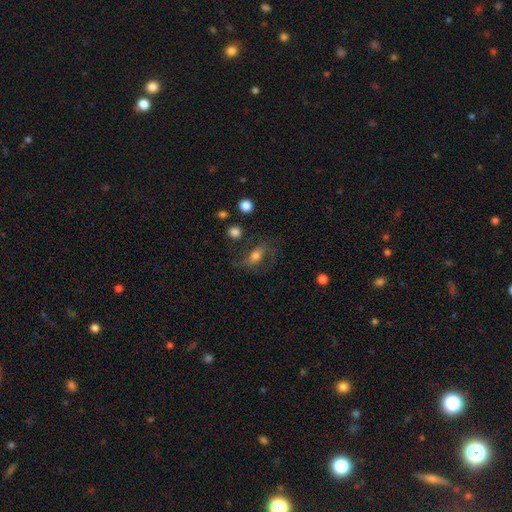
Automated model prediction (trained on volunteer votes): Smooth or featured: smooth — 50% (featured or disk — 39%)
How rounded: in between — 73% (round — 18%)
Merging: none — 56% (minor disturbance — 21%)